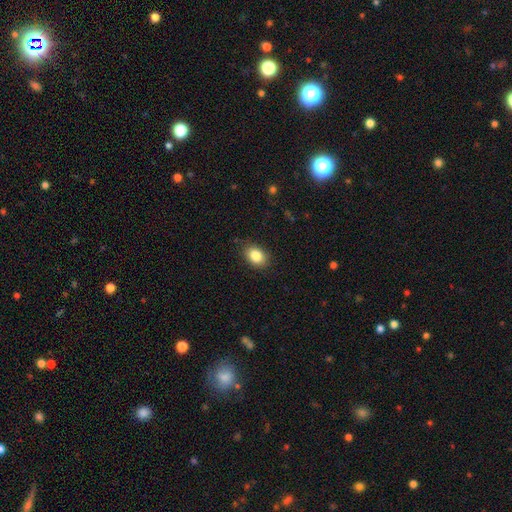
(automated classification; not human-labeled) A smooth galaxy with no disk features (85%) that is in between round and cigar-shaped (76%). Merging: none (83%).